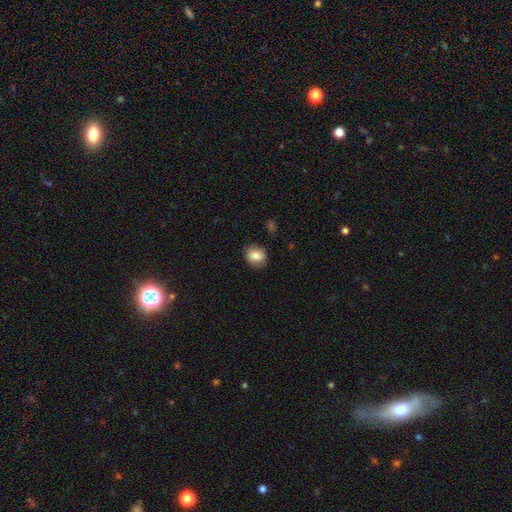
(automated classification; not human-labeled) A smooth galaxy with no disk features (81%) that is round (76%). Merging: none (84%).